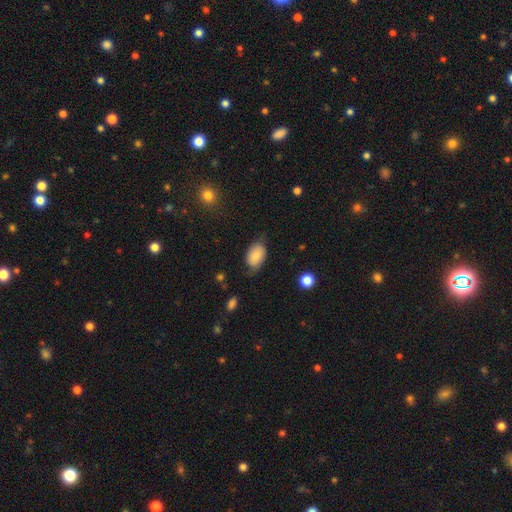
Smooth or featured: smooth — 69% (featured or disk — 26%)
How rounded: in between — 89% (round — 7%)
Merging: minor disturbance — 41% (major disturbance — 32%)